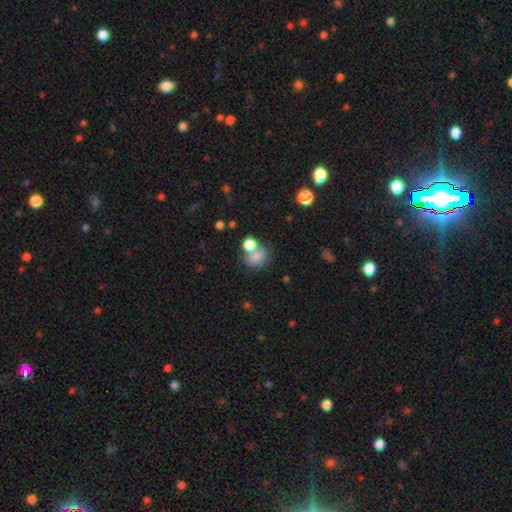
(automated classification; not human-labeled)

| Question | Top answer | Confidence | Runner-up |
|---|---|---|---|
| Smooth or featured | smooth | 78% | star or artifact (13%) |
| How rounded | round | 54% | in between (45%) |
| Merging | none | 44% | merger (34%) |